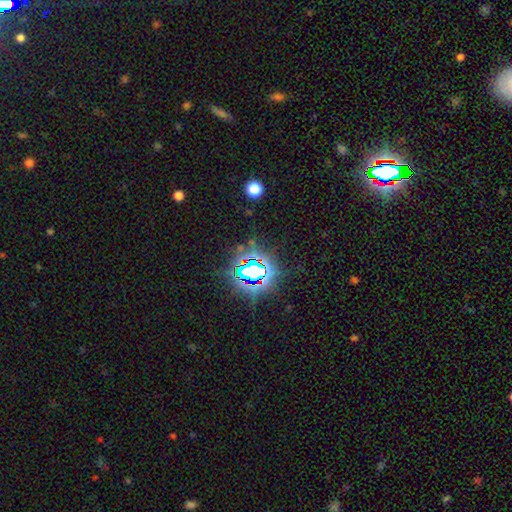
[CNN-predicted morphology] type=star or artifact (82%).